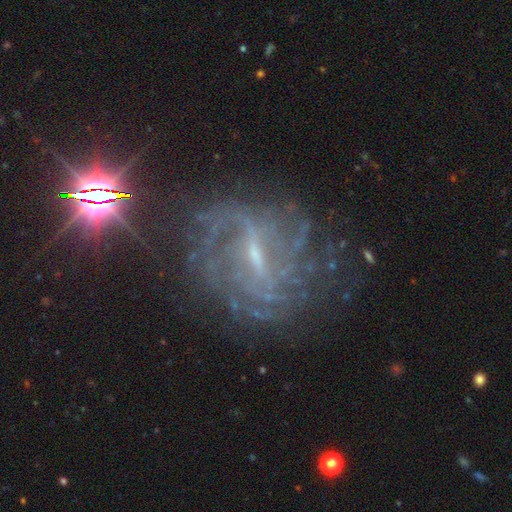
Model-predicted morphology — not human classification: smooth_or_featured: featured or disk (p=0.77) [alt: star or artifact p=0.16]
disk_edge_on: no (p=0.94) [alt: yes p=0.06]
bar: strong (p=0.50) [alt: weak p=0.39]
has_spiral_arms: yes (p=0.89) [alt: no p=0.11]
spiral_winding: tight (p=0.48) [alt: medium p=0.34]
spiral_arm_count: can't tell (p=0.45) [alt: 2 p=0.16]
bulge_size: small (p=0.65) [alt: moderate p=0.20]
merging: none (p=0.67) [alt: minor disturbance p=0.16]